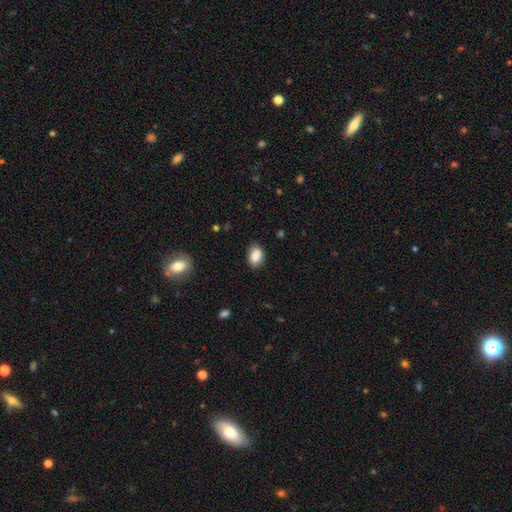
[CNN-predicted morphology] smooth_or_featured: smooth (p=0.86) [alt: star or artifact p=0.08]
how_rounded: in between (p=0.84) [alt: round p=0.15]
merging: none (p=0.80) [alt: minor disturbance p=0.15]